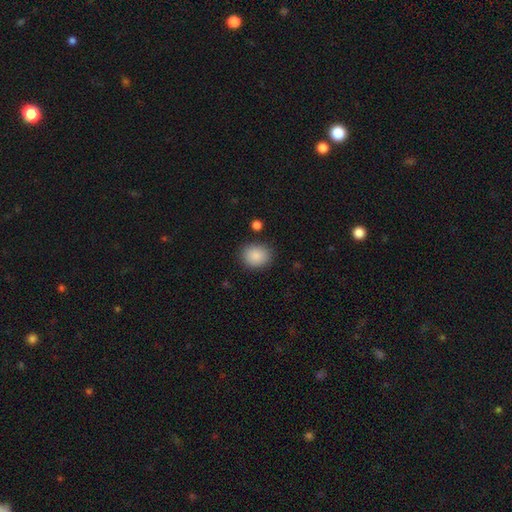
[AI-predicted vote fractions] smooth 88%, star or artifact 8%, featured or disk 4%. Down the decision tree: how rounded — round (67%); merging — none (85%).